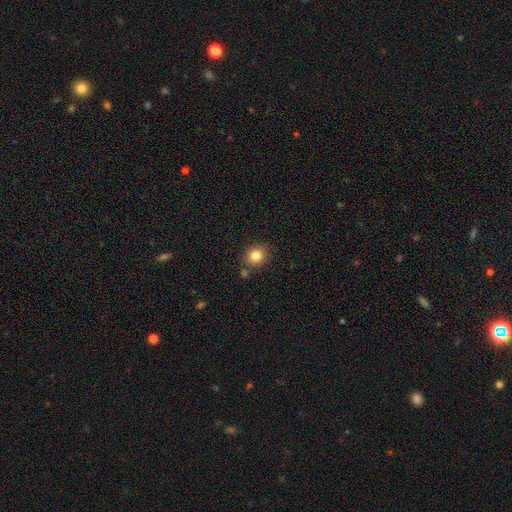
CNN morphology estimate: A smooth galaxy with no disk features (84%) that is round (67%). Merging: none (77%).